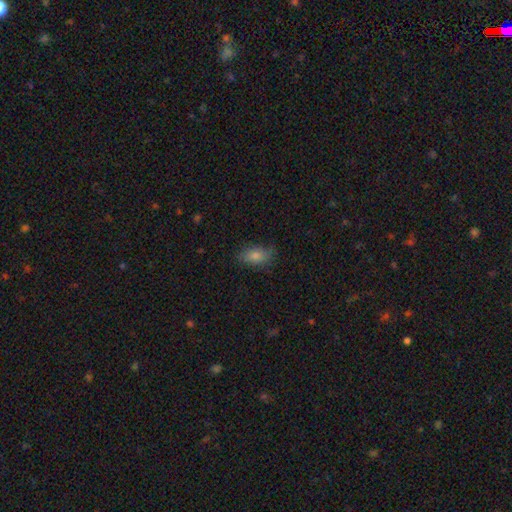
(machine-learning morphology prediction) Smooth or featured? Predicted: smooth (p=0.82). How rounded? Predicted: in between (p=0.90). Merging? Predicted: none (p=0.74).